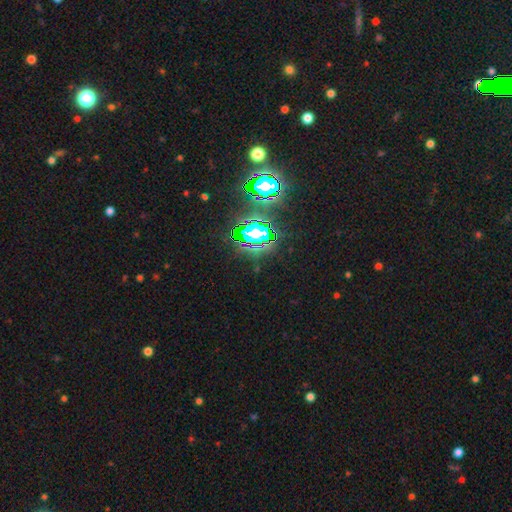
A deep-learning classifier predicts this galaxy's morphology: Smooth or featured? Predicted: star or artifact (p=0.82).